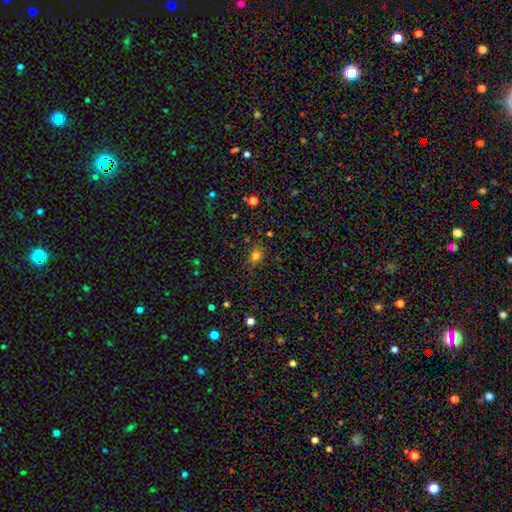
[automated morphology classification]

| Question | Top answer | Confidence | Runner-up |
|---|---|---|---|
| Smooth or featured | smooth | 73% | star or artifact (20%) |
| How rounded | round | 66% | in between (32%) |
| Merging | none | 73% | minor disturbance (17%) |